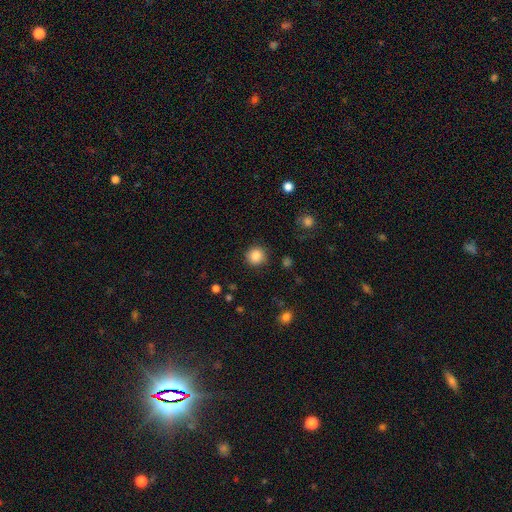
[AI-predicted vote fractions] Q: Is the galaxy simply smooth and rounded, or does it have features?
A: smooth — 85%.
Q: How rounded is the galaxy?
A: round — 93%.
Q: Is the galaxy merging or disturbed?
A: none — 90%.